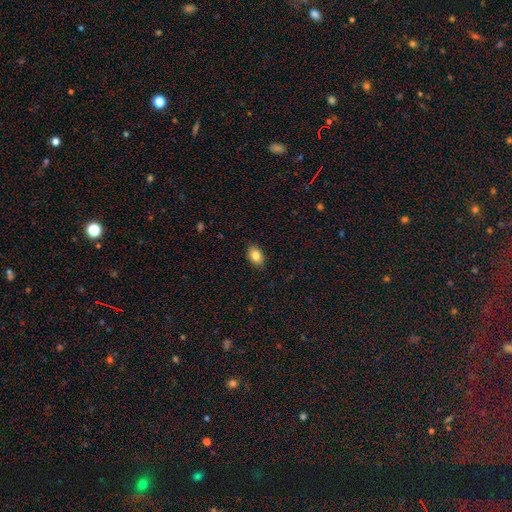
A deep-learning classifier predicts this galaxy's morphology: Overall: smooth (84%). How rounded: in between (85%). Merging: none (88%).